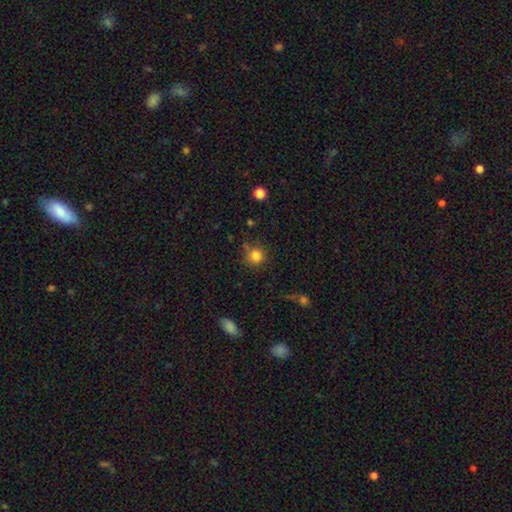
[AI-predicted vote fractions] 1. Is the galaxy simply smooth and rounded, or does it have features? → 83% smooth, 12% star or artifact, 5% featured or disk.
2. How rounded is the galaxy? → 92% round, 7% in between, 1% cigar-shaped.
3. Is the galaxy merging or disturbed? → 79% none, 12% minor disturbance, 5% merger, 4% major disturbance.